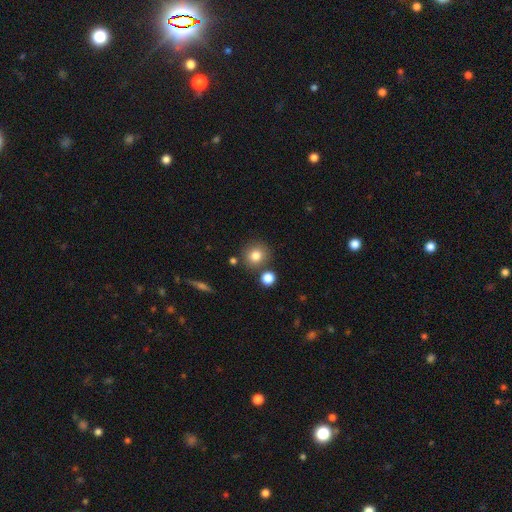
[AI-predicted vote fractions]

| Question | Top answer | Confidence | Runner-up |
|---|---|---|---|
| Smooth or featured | smooth | 80% | star or artifact (12%) |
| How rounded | round | 89% | in between (10%) |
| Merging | none | 78% | merger (10%) |